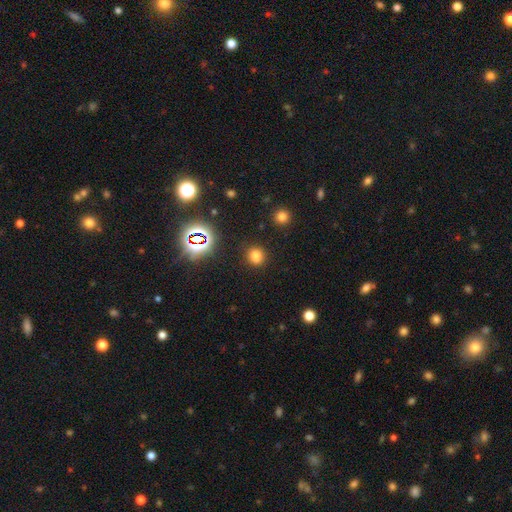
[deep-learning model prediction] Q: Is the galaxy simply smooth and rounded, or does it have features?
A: smooth — 73%.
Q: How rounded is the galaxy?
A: round — 79%.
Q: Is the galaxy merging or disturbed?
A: none — 87%.